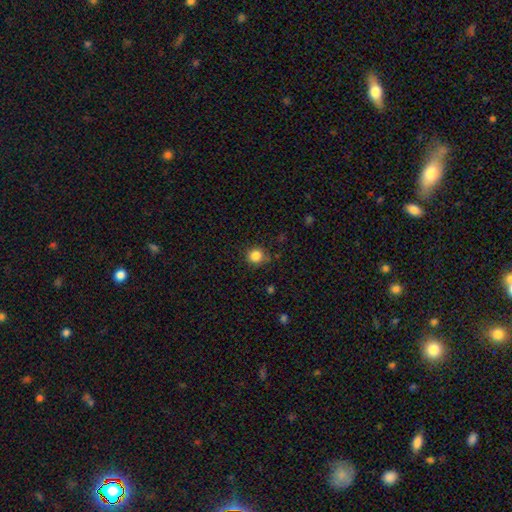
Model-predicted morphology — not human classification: Smooth or featured? Predicted: smooth (p=0.85). How rounded? Predicted: round (p=0.89). Merging? Predicted: none (p=0.79).